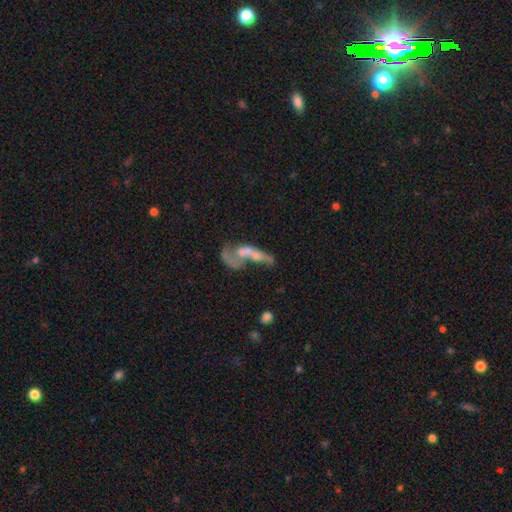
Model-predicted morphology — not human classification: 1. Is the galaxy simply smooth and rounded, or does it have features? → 56% featured or disk, 30% smooth, 14% star or artifact.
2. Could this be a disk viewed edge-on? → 91% no, 9% yes.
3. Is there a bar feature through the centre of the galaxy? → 81% no, 14% weak, 5% strong.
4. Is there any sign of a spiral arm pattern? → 74% no, 26% yes.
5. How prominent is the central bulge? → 47% none, 24% small, 21% moderate, 6% large, 2% dominant.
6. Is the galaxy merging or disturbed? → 53% merger, 24% major disturbance, 15% none, 8% minor disturbance.